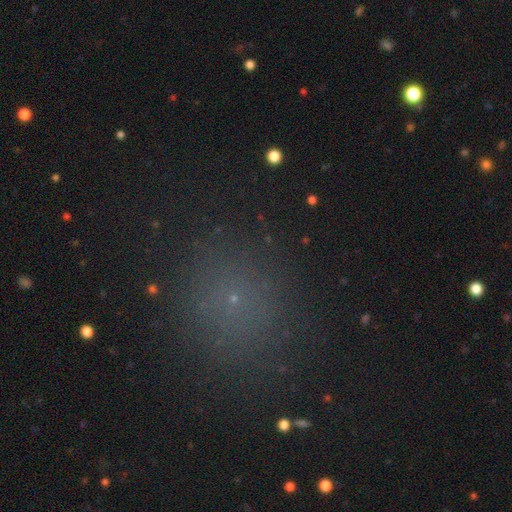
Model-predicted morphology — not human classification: Overall: smooth (56%; star or artifact 36%). How rounded: round (90%). Merging: none (88%).